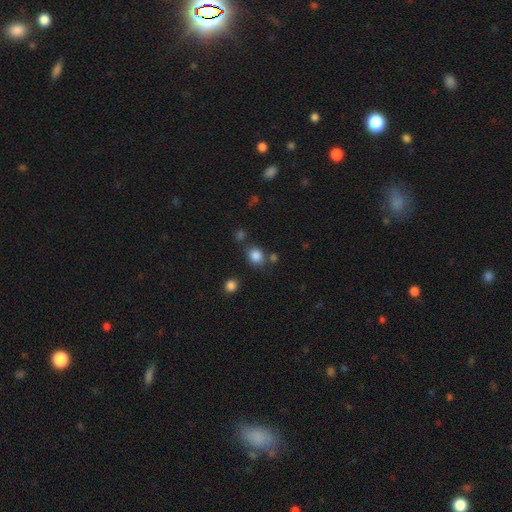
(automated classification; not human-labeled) This is clearly a smooth galaxy (84%). How rounded: likely round (70%). Merging: likely none (74%).